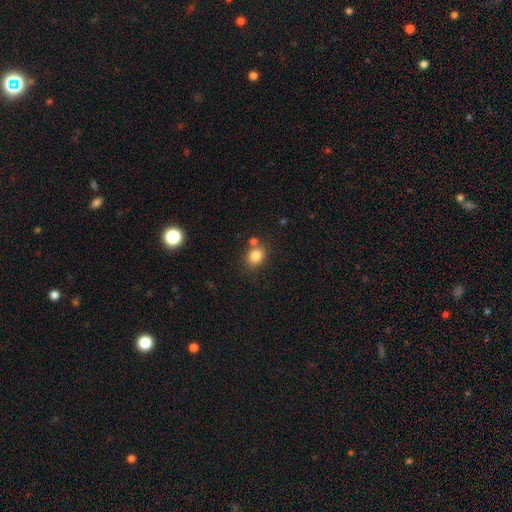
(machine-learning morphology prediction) Smooth or featured?
  - smooth: 83% *
  - star or artifact: 11%
  - featured or disk: 7%
How rounded?
  - round: 50% *
  - in between: 49%
  - cigar-shaped: 1%
Merging?
  - none: 70% *
  - merger: 15%
  - minor disturbance: 12%
  - major disturbance: 4%